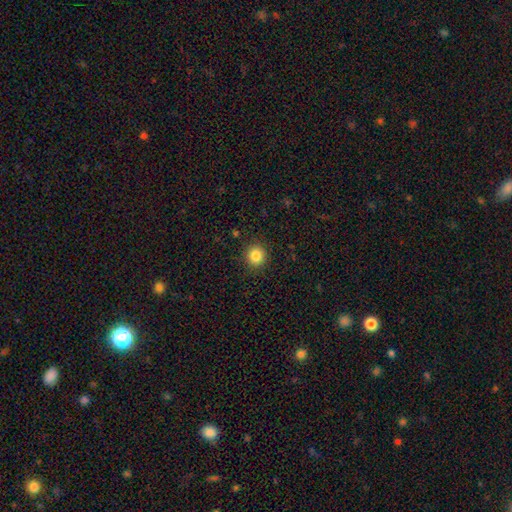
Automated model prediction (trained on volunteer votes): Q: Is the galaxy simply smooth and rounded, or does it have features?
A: smooth — 85%.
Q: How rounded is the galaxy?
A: round — 92%.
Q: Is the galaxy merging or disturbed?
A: none — 91%.